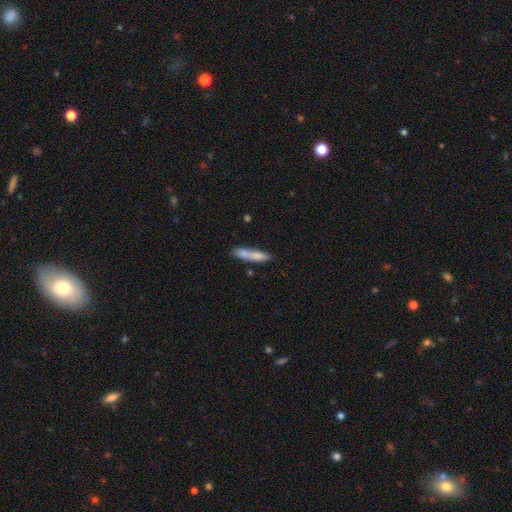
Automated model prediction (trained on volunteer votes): smooth-or-featured: smooth: 76% | featured or disk: 17% | star or artifact: 7%
  how-rounded: cigar-shaped: 84% | in between: 15% | round: 2%
  merging: none: 63% | minor disturbance: 17% | merger: 15% | major disturbance: 4%